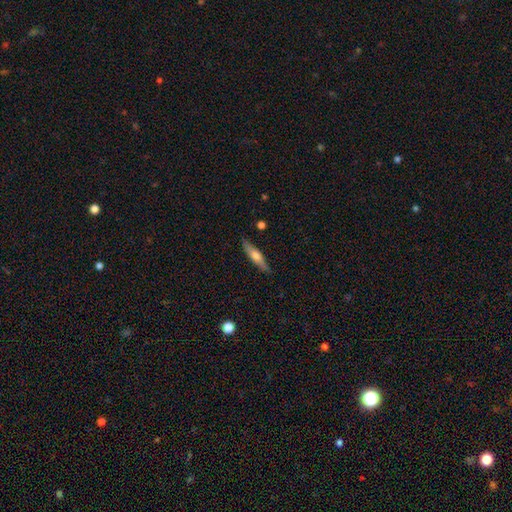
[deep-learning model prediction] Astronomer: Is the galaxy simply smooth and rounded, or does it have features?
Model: smooth — 47%, tied with featured or disk at 47%.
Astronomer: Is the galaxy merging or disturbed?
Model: none — 87%.